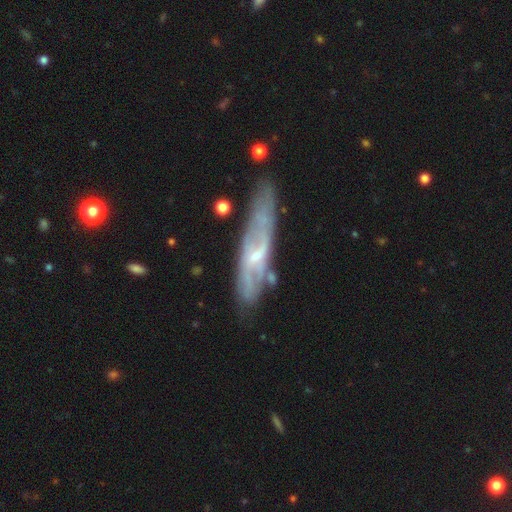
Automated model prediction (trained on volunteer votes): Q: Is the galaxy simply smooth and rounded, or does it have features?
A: featured or disk — 75%.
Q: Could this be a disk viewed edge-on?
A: no — 62%.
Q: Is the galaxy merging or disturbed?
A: none — 69%.